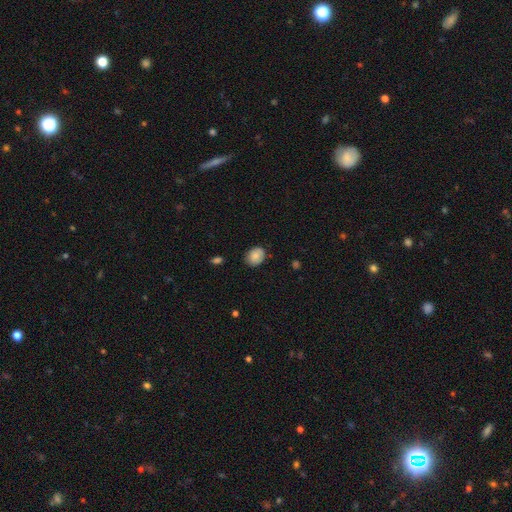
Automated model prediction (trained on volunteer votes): Overall: smooth (82%). How rounded: round (51%; in between 48%). Merging: none (78%).